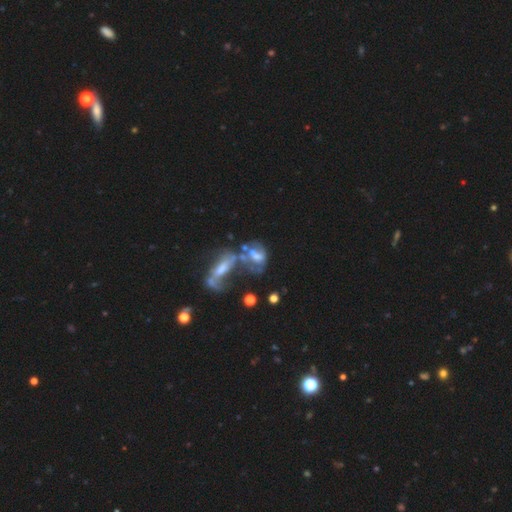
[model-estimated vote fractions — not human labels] A featured or disk galaxy (56%) with no bar (64%), no spiral arms (66%) and no central bulge (34%). Merging: merger (54%).